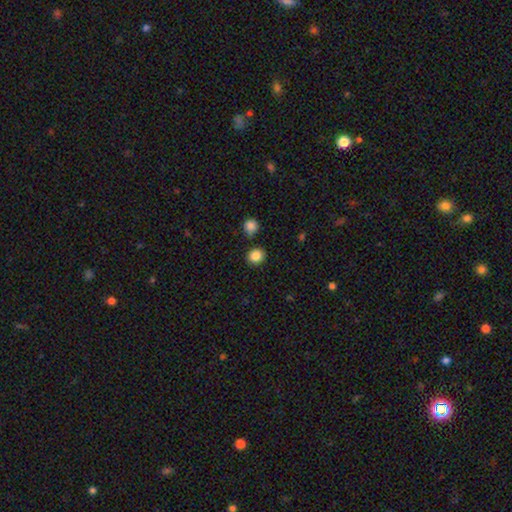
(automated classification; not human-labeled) This appears to be a smooth galaxy with no disk features (86%) that is round (81%). Merging: none (86%).